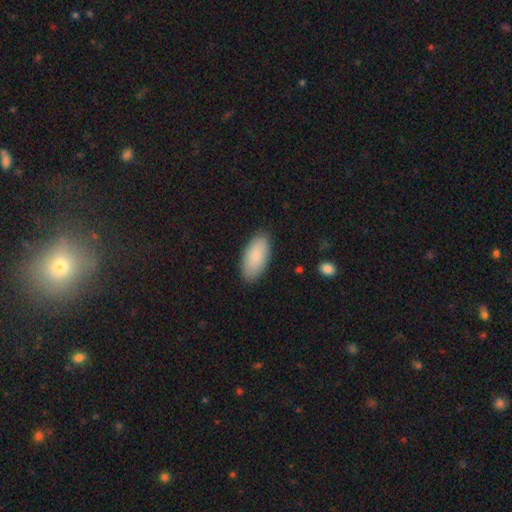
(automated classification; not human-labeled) Morphology: type=smooth (84%); roundness=in between (92%); merging=none (87%).